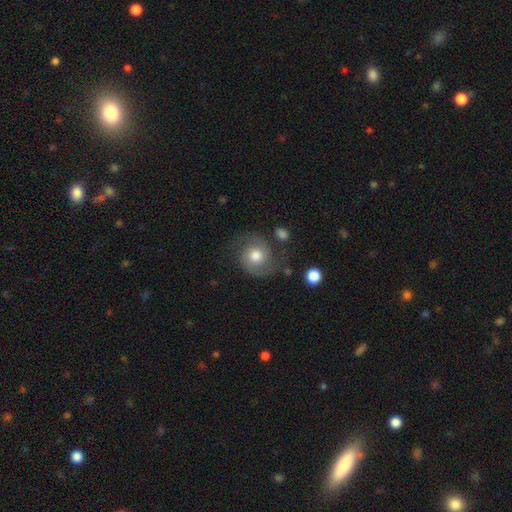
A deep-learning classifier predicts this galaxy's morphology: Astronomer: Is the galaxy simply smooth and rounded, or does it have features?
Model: featured or disk — 68%.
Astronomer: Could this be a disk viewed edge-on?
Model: no — 98%.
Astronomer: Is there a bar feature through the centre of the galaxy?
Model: no — 77%.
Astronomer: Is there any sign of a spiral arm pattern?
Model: yes — 93%.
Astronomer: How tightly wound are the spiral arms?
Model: medium — 51% (runner-up: tight, 27%).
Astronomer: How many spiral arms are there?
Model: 2 — 92%.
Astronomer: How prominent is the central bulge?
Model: moderate — 65%.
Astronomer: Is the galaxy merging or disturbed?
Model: none — 70%.